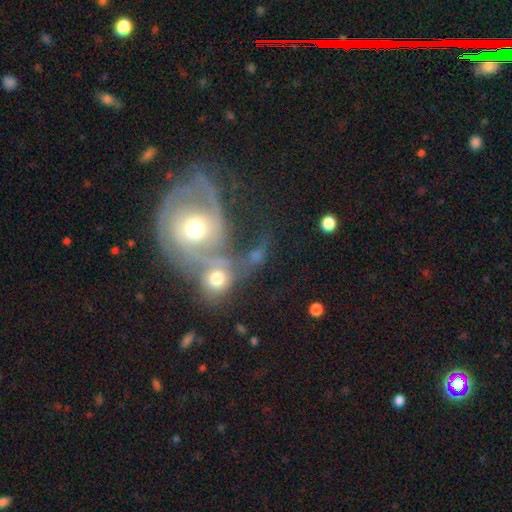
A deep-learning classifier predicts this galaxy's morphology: type=featured or disk (52%); edge-on=no (95%); merging=merger (63%).